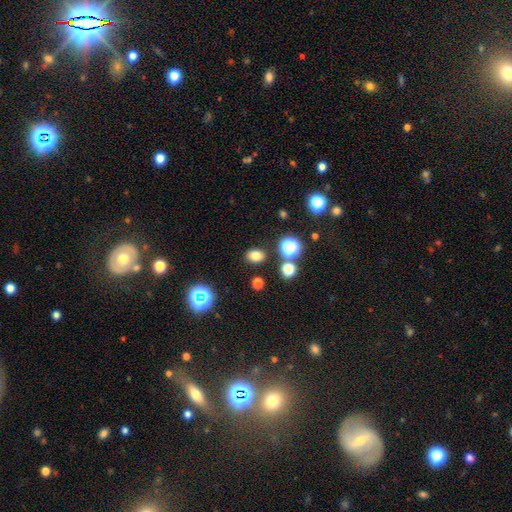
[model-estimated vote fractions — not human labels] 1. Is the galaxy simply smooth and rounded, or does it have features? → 77% smooth, 16% star or artifact, 7% featured or disk.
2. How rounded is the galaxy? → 57% in between, 42% round, 1% cigar-shaped.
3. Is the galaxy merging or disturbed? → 84% none, 9% minor disturbance, 4% merger, 3% major disturbance.